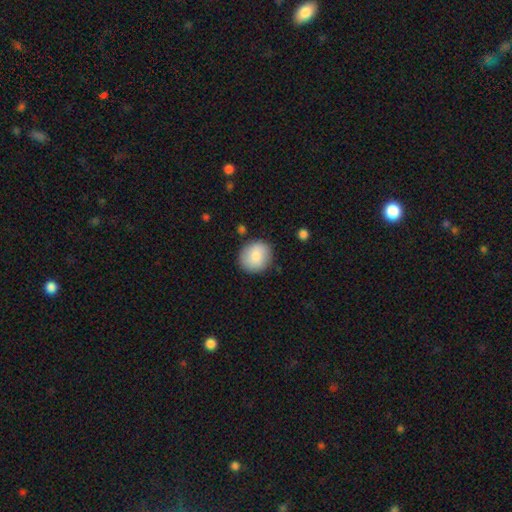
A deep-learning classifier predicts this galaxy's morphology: Overall: smooth (84%). How rounded: round (83%). Merging: none (86%).